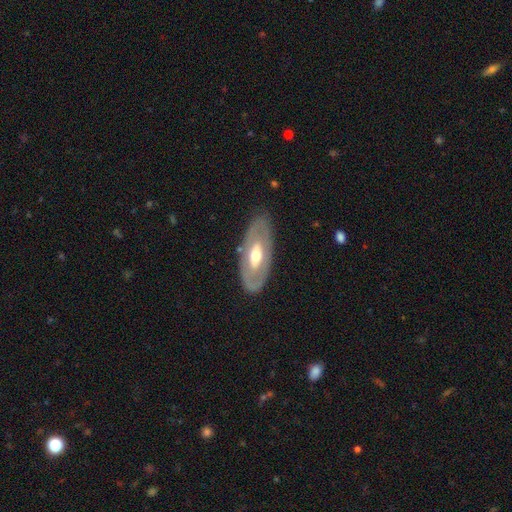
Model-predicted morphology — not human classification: Overall: featured or disk (61%; smooth 34%). Edge-on disk: no (84%). Bar: no (67%). Spiral arms: no (79%). Bulge size: moderate (70%). Merging: none (80%).